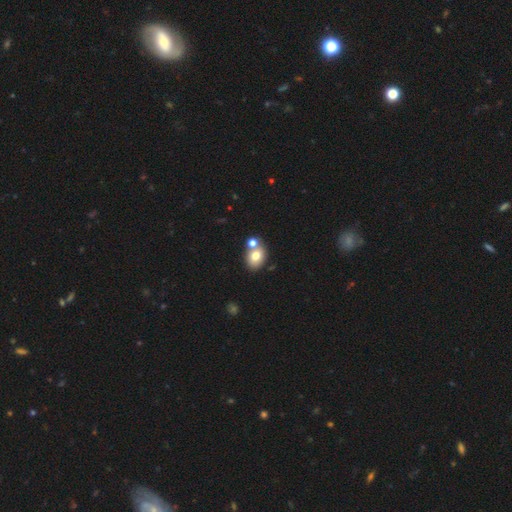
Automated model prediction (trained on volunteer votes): Q: Smooth or featured?
A: smooth (75%); runner-up: featured or disk (15%)
Q: How rounded?
A: in between (63%); runner-up: round (36%)
Q: Merging?
A: none (54%); runner-up: merger (33%)